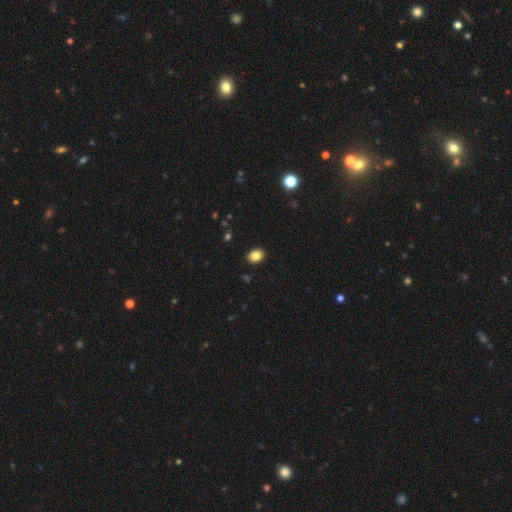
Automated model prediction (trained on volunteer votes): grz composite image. It shows a smooth galaxy with no disk features (85%) that is in between round and cigar-shaped (59%). Merging: none (91%).